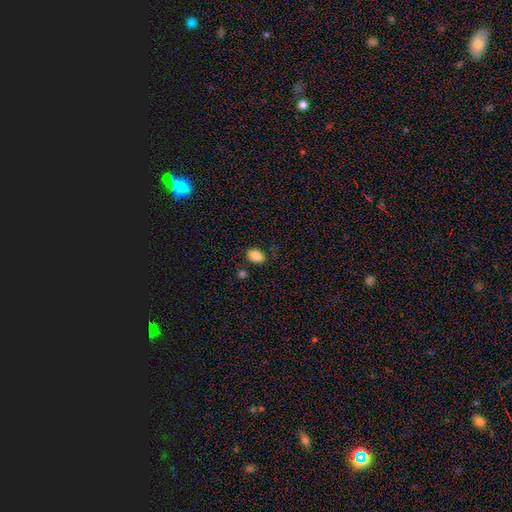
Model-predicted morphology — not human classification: Smooth or featured? Predicted: smooth (p=0.86). How rounded? Predicted: in between (p=0.84). Merging? Predicted: none (p=0.79).